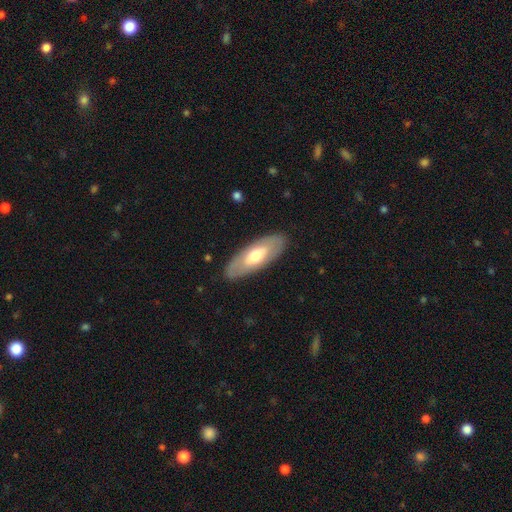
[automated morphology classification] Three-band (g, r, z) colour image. It shows a smooth galaxy with no disk features (50%). Merging: none (87%).